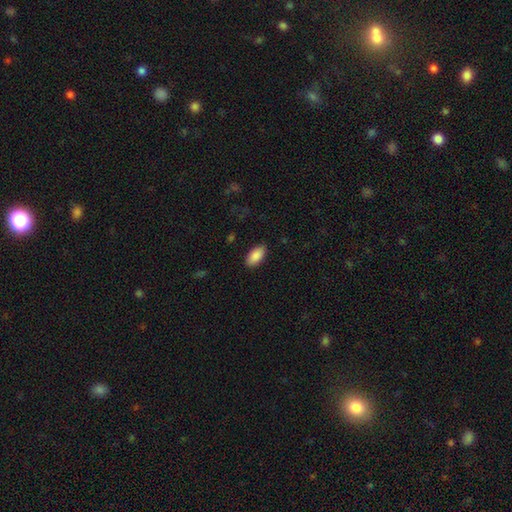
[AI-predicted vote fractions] Smooth or featured? Predicted: smooth (p=0.89). How rounded? Predicted: in between (p=0.93). Merging? Predicted: none (p=0.87).